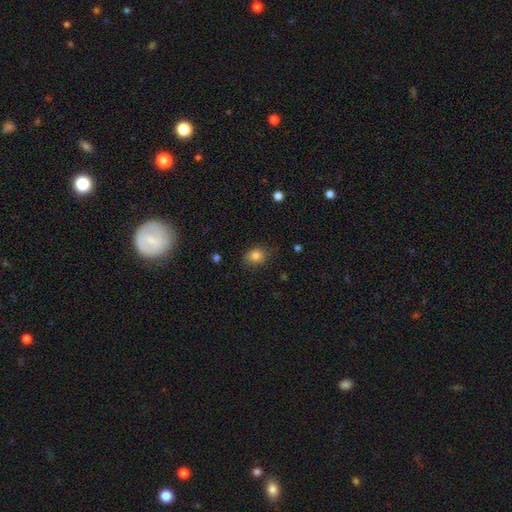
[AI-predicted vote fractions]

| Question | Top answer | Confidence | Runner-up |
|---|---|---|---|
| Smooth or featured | smooth | 83% | star or artifact (10%) |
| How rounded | in between | 55% | round (44%) |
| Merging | none | 73% | minor disturbance (20%) |